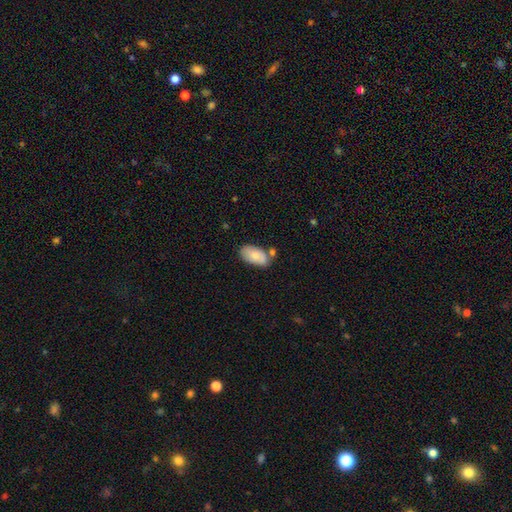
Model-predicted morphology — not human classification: Overall: smooth (75%). How rounded: in between (94%). Merging: none (66%).